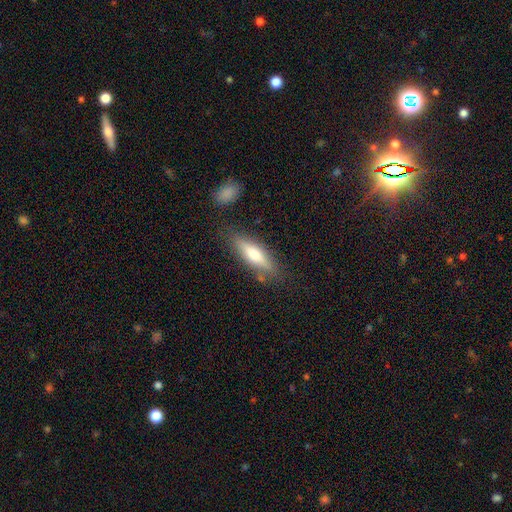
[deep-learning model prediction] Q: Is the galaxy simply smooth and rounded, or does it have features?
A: smooth — 56%.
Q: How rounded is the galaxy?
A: cigar-shaped — 62%.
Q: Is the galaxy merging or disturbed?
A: none — 78%.